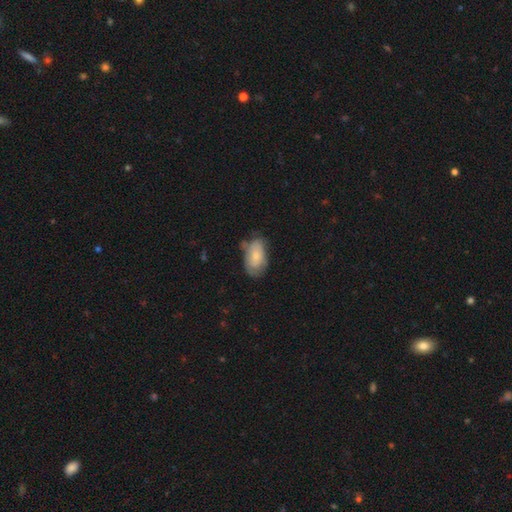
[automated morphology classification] A smooth galaxy with no disk features (69%) that is in between round and cigar-shaped (93%). Merging: none (49%).